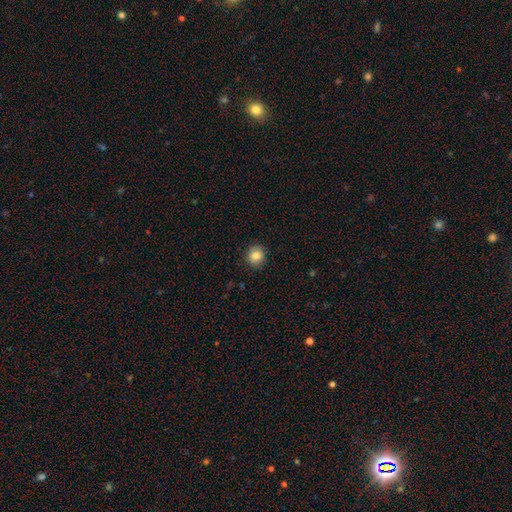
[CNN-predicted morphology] A smooth galaxy with no disk features (85%) that is round (86%).

Vote fractions:
- Smooth or featured? smooth: 85% / star or artifact: 10% / featured or disk: 6%
- How rounded? round: 86% / in between: 13% / cigar-shaped: 1%
- Merging? none: 89% / minor disturbance: 8% / major disturbance: 2% / merger: 1%